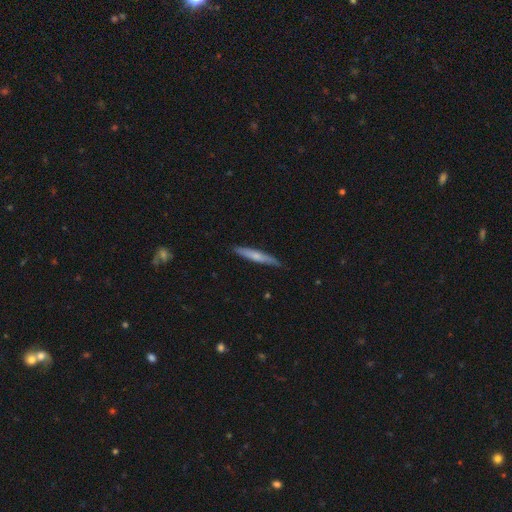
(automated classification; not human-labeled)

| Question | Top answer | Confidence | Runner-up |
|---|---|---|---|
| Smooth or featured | smooth | 58% | featured or disk (36%) |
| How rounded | cigar-shaped | 94% | in between (5%) |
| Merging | none | 86% | minor disturbance (11%) |